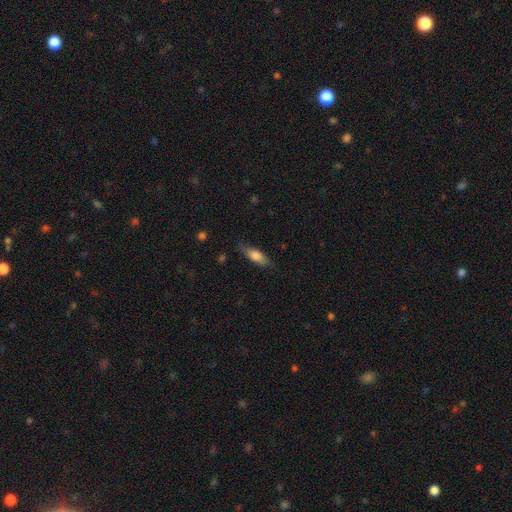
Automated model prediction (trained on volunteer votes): This is likely a smooth galaxy (70%). How rounded: possibly in between (53%). Merging: likely none (78%).